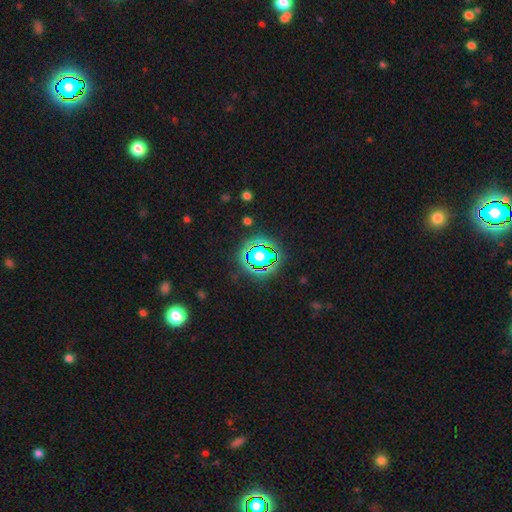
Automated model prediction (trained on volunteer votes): smooth_or_featured: star or artifact (p=0.77) [alt: smooth p=0.14]